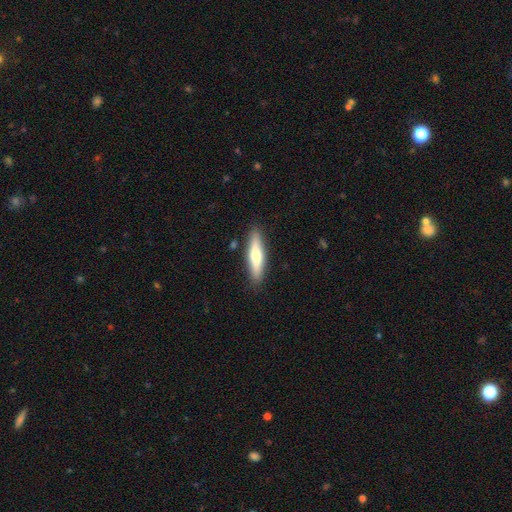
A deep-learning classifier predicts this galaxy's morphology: type=smooth (59%); roundness=cigar-shaped (73%); merging=none (88%).